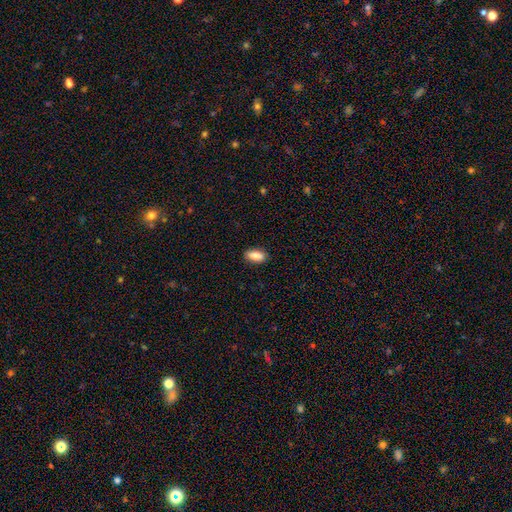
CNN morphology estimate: type=smooth (81%); roundness=in between (88%); merging=none (87%).